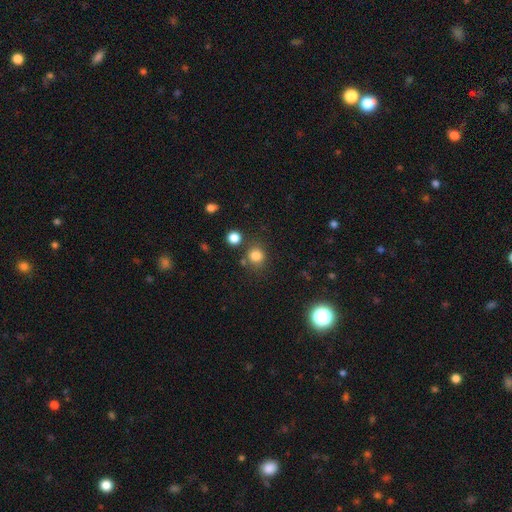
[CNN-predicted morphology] smooth-or-featured: smooth: 81% | star or artifact: 14% | featured or disk: 5%
  how-rounded: round: 83% | in between: 16% | cigar-shaped: 1%
  merging: none: 77% | minor disturbance: 11% | merger: 9% | major disturbance: 4%